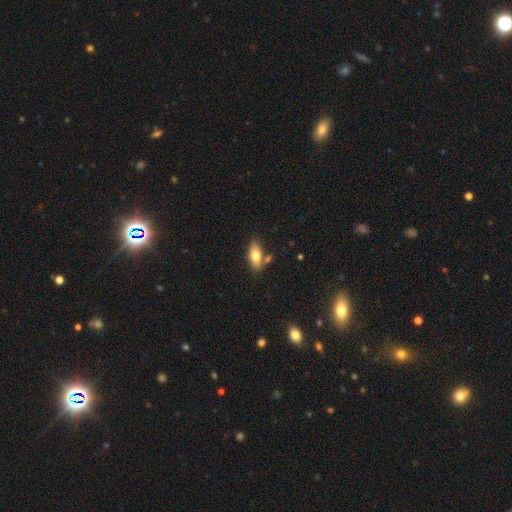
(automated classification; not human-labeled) A smooth galaxy with no disk features (74%) that is in between round and cigar-shaped (83%). Merging: none (69%).